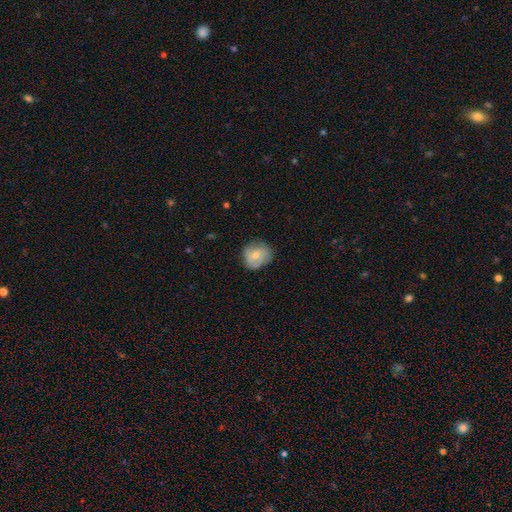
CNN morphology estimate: smooth 64%, featured or disk 29%, star or artifact 7%. Down the decision tree: how rounded — round (73%); merging — none (68%).